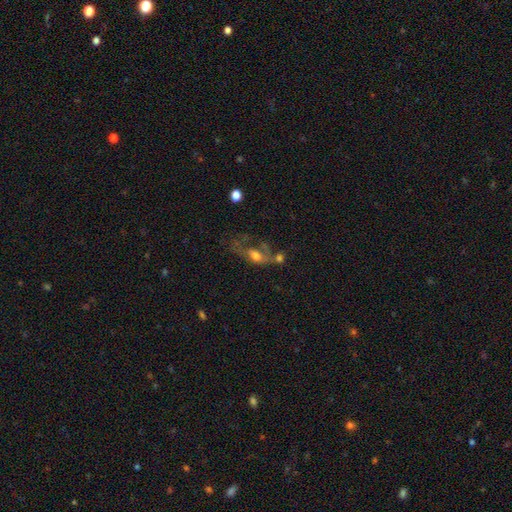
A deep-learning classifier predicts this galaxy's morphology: This is possibly a smooth galaxy (46%). Merging: marginally major disturbance (36%).